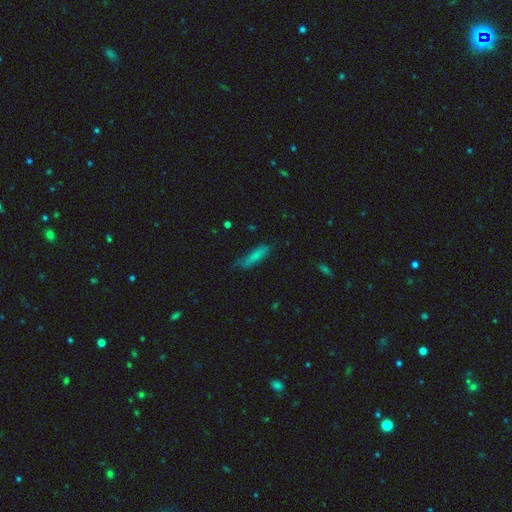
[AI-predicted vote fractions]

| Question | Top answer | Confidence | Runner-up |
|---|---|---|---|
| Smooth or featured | smooth | 77% | featured or disk (14%) |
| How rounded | cigar-shaped | 75% | in between (24%) |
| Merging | none | 63% | minor disturbance (27%) |